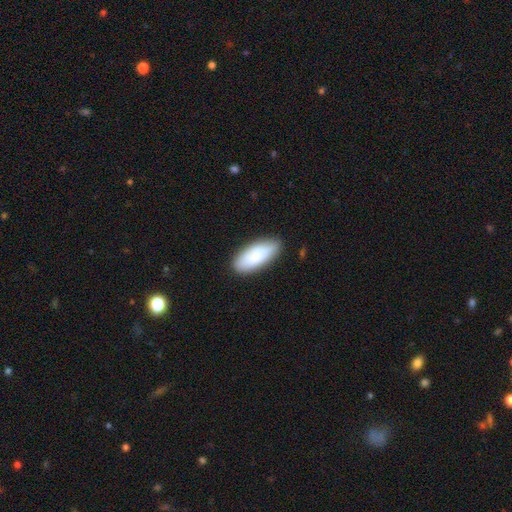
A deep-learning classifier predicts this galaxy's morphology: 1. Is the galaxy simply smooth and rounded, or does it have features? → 85% smooth, 9% featured or disk, 6% star or artifact.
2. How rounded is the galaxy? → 80% in between, 19% cigar-shaped, 2% round.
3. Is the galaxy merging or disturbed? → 83% none, 13% minor disturbance, 3% major disturbance, 1% merger.